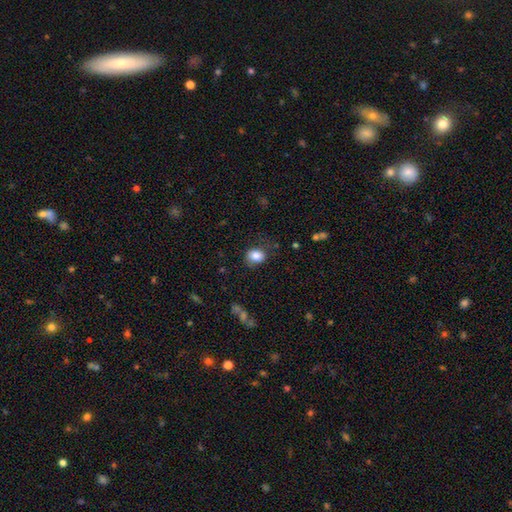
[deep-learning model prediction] Smooth or featured?
  - smooth: 84% *
  - star or artifact: 9%
  - featured or disk: 7%
How rounded?
  - round: 51% *
  - in between: 48%
  - cigar-shaped: 1%
Merging?
  - none: 70% *
  - minor disturbance: 21%
  - major disturbance: 7%
  - merger: 2%